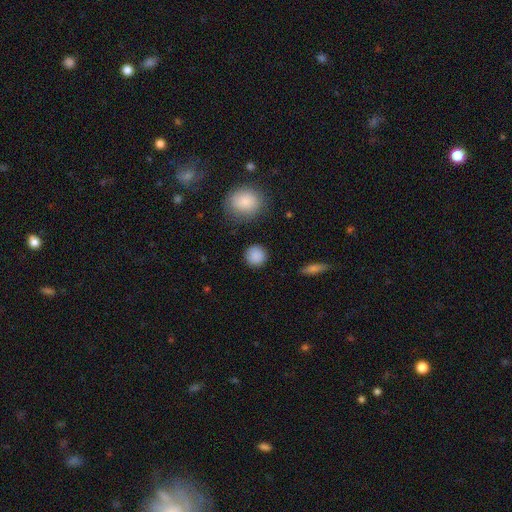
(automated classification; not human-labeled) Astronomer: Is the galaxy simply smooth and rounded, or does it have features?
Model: smooth — 87%.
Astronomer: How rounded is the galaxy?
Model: round — 92%.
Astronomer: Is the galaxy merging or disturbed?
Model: none — 88%.